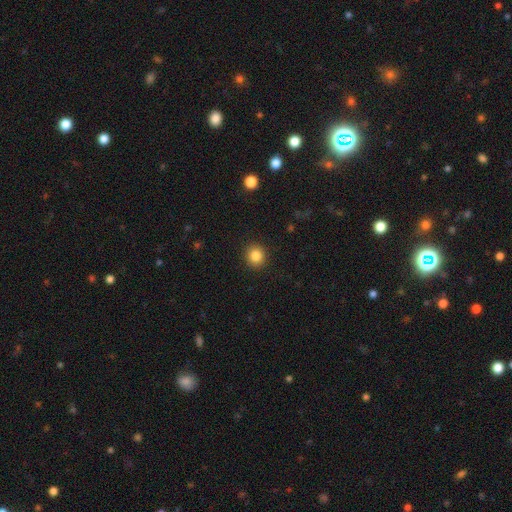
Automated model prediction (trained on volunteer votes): A smooth galaxy with no disk features (85%) that is round (86%).

Vote fractions:
- Smooth or featured? smooth: 85% / star or artifact: 10% / featured or disk: 5%
- How rounded? round: 86% / in between: 13% / cigar-shaped: 1%
- Merging? none: 91% / minor disturbance: 6% / major disturbance: 2% / merger: 1%